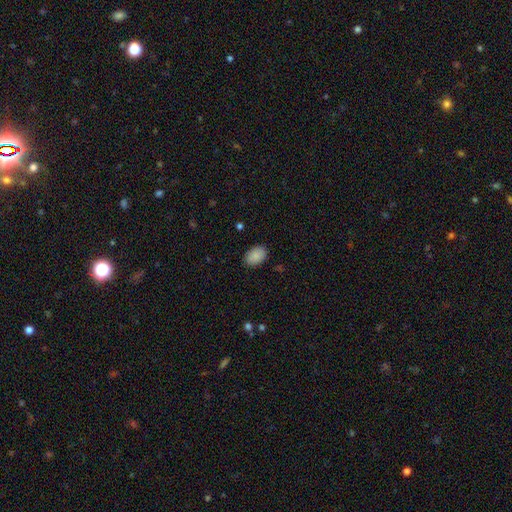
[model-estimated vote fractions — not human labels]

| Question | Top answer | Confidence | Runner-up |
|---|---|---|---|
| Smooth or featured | smooth | 89% | star or artifact (7%) |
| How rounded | in between | 86% | round (13%) |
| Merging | none | 87% | minor disturbance (9%) |